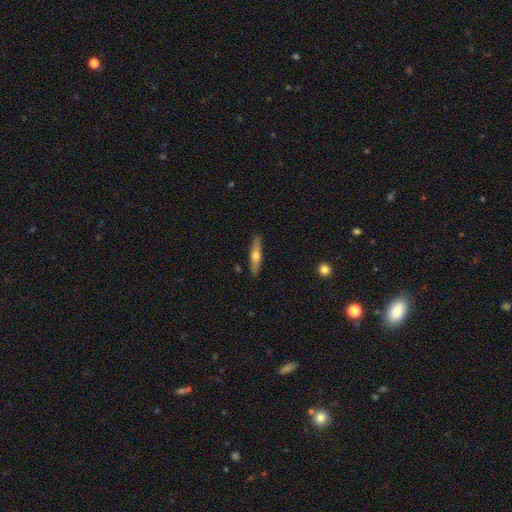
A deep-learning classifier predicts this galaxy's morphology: Smooth or featured? smooth (48%)
Merging? none (88%)